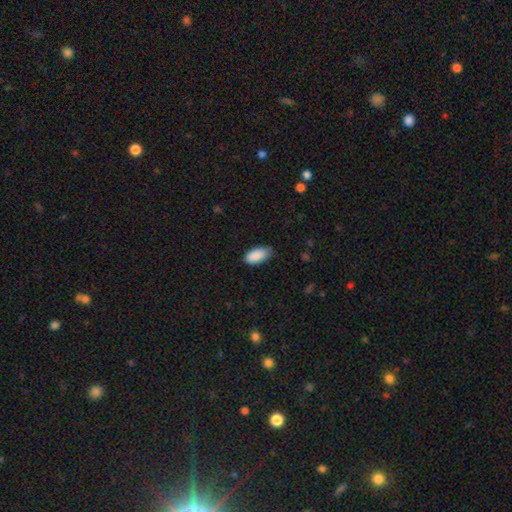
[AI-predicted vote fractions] Morphology: type=smooth (90%); roundness=in between (94%); merging=none (72%).